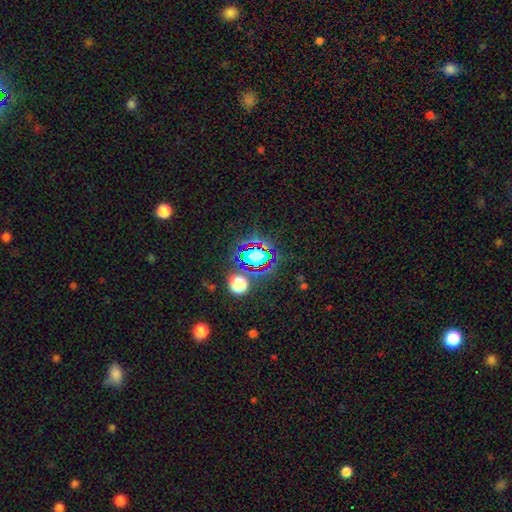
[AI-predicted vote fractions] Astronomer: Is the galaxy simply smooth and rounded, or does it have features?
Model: star or artifact — 66%.